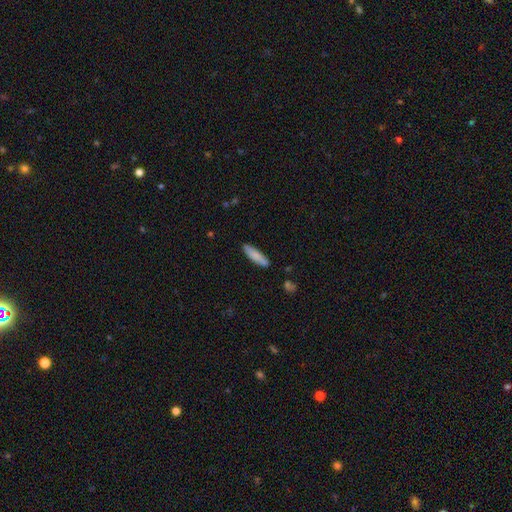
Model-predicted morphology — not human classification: This appears to be a smooth galaxy with no disk features (83%) that is cigar-shaped (74%). Merging: none (85%).